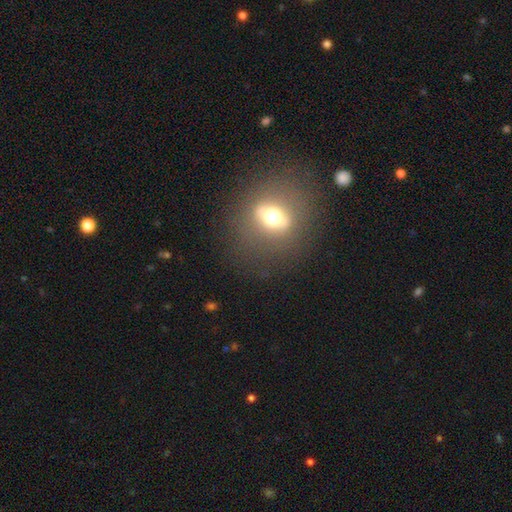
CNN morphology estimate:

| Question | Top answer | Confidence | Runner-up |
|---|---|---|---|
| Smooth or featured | smooth | 50% | featured or disk (27%) |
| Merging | none | 86% | minor disturbance (8%) |